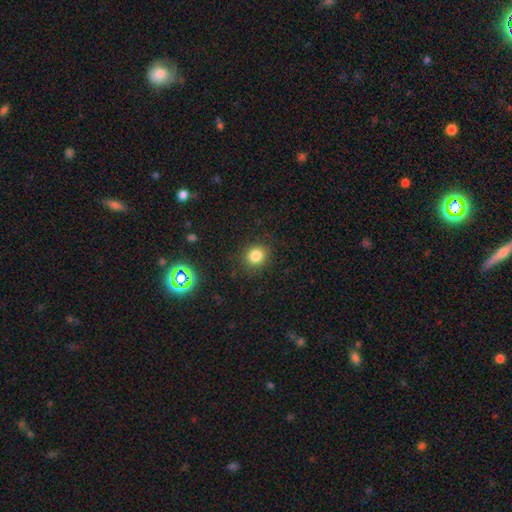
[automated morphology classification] Overall: smooth (81%). How rounded: round (81%). Merging: none (88%).